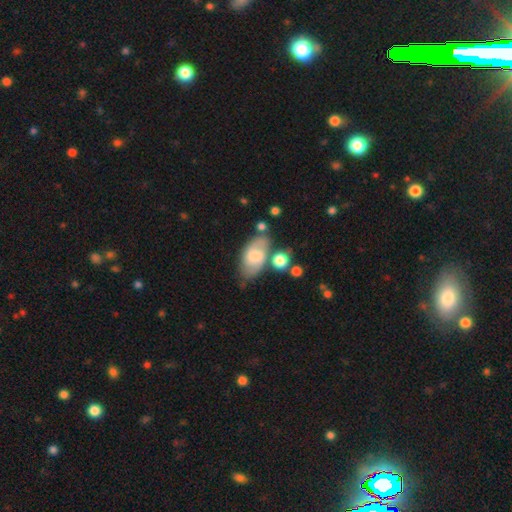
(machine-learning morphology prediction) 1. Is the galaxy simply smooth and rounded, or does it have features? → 47% smooth (tied), 47% featured or disk (tied), 7% star or artifact.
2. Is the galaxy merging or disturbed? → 62% none, 19% minor disturbance, 12% merger, 6% major disturbance.